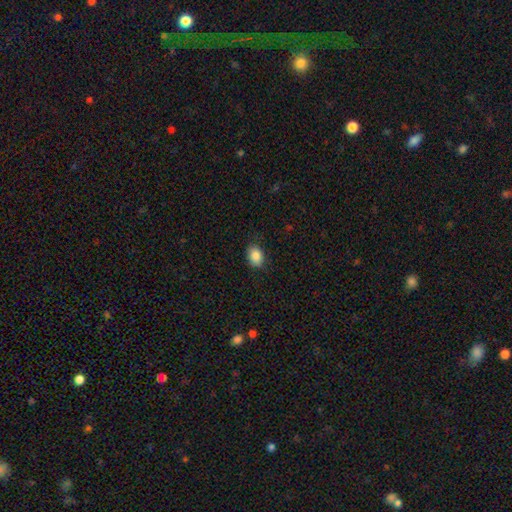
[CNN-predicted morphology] Q: Smooth or featured?
A: smooth (88%); runner-up: star or artifact (8%)
Q: How rounded?
A: in between (76%); runner-up: round (23%)
Q: Merging?
A: none (84%); runner-up: minor disturbance (13%)